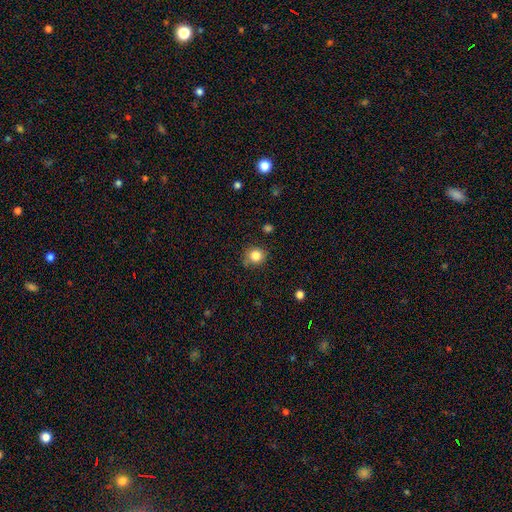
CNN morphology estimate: Q: Smooth or featured?
A: smooth (83%); runner-up: star or artifact (11%)
Q: How rounded?
A: round (88%); runner-up: in between (11%)
Q: Merging?
A: none (80%); runner-up: minor disturbance (14%)